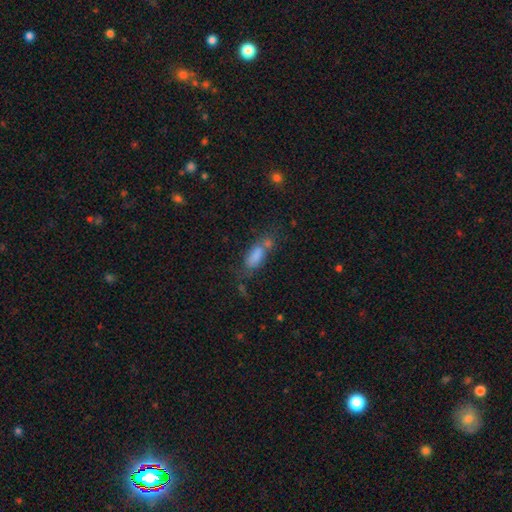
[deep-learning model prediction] The model was most divided on "merging": none: 39%, merger: 28%, minor disturbance: 20%, major disturbance: 13%. More confident: how rounded — in between (78%); smooth or featured — smooth (76%).